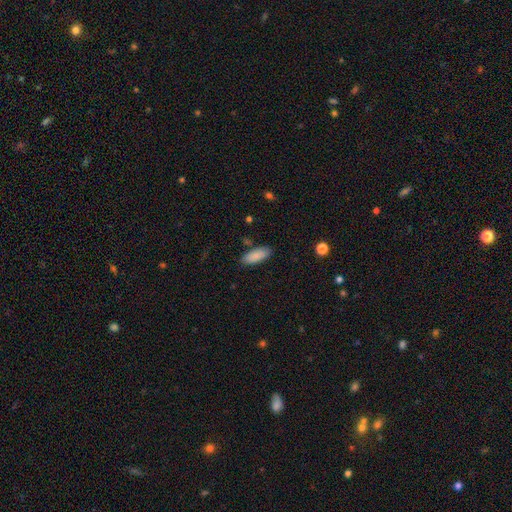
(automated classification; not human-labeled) Q: Smooth or featured?
A: smooth (87%); runner-up: featured or disk (7%)
Q: How rounded?
A: in between (76%); runner-up: cigar-shaped (22%)
Q: Merging?
A: none (84%); runner-up: minor disturbance (11%)